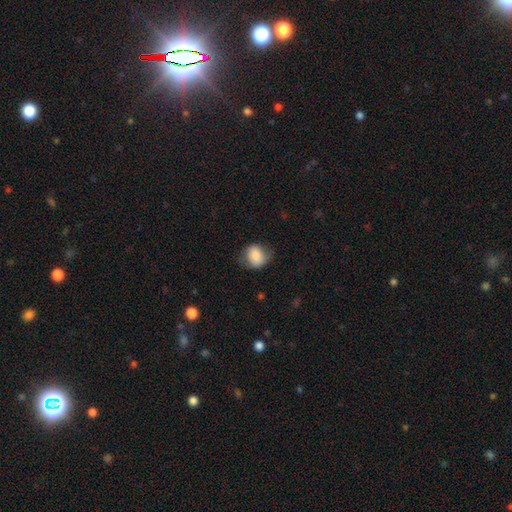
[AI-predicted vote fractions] Morphology: type=smooth (80%); roundness=round (62%); merging=none (61%).